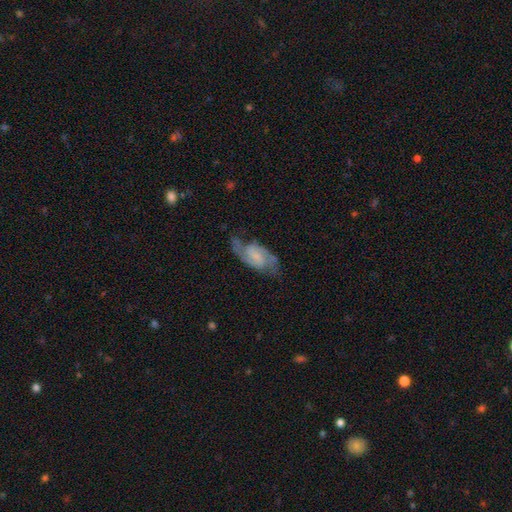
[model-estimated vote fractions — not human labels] featured or disk 82%, smooth 13%, star or artifact 6%. Down the decision tree: edge-on disk — no (96%); bar — weak (48%); spiral arms — yes (95%); spiral arm count — 2 (90%); spiral winding — medium (52%); bulge size — small (49%); merging — none (69%).